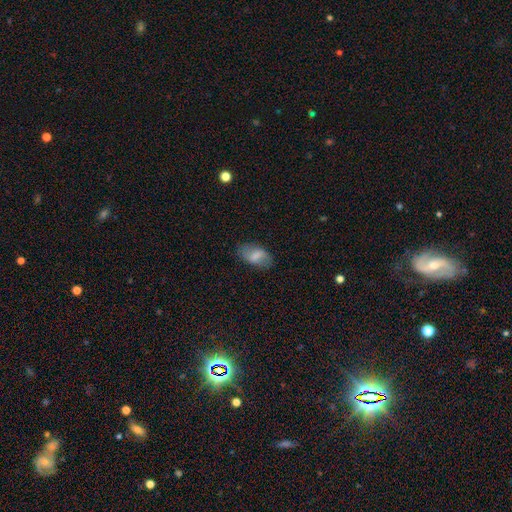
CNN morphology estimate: A smooth galaxy with no disk features (68%) that is in between round and cigar-shaped (92%). Merging: none (77%).